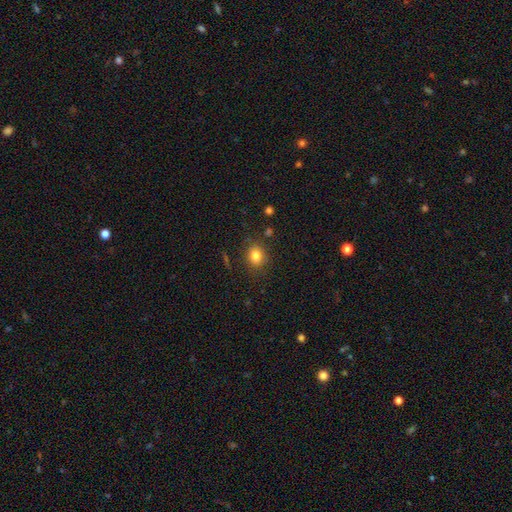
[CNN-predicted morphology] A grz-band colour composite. It shows a smooth galaxy with no disk features (81%) that is round (60%). Merging: none (84%).